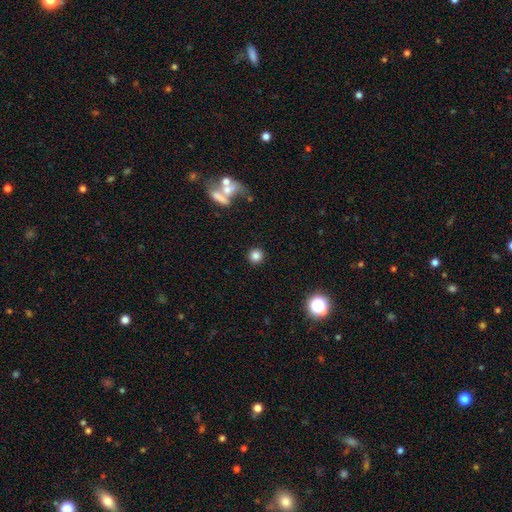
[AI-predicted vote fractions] A smooth galaxy with no disk features (83%) that is round (94%).

Vote fractions:
- Smooth or featured? smooth: 83% / star or artifact: 12% / featured or disk: 5%
- How rounded? round: 94% / in between: 5% / cigar-shaped: 1%
- Merging? none: 91% / minor disturbance: 5% / major disturbance: 2% / merger: 2%